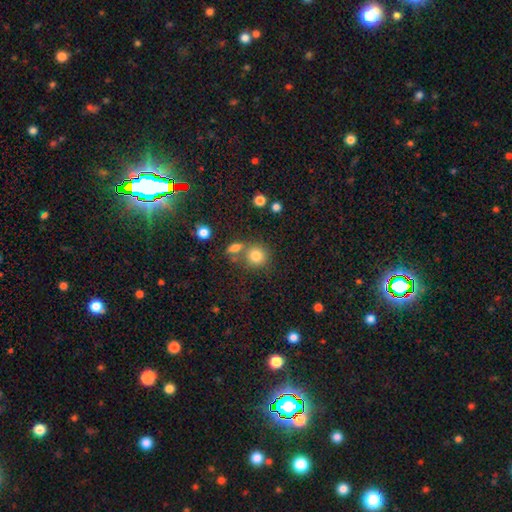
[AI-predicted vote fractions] The model was most divided on "merging": none: 62%, merger: 24%, minor disturbance: 10%, major disturbance: 4%. More confident: how rounded — round (87%); smooth or featured — smooth (80%).